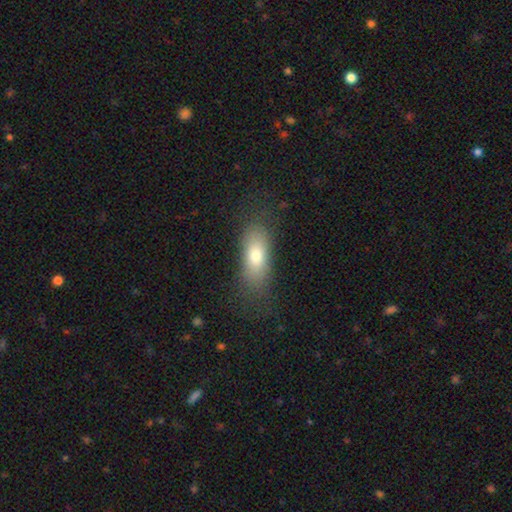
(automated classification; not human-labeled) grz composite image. It shows a smooth galaxy with no disk features (74%) that is in between round and cigar-shaped (76%). Merging: none (74%).